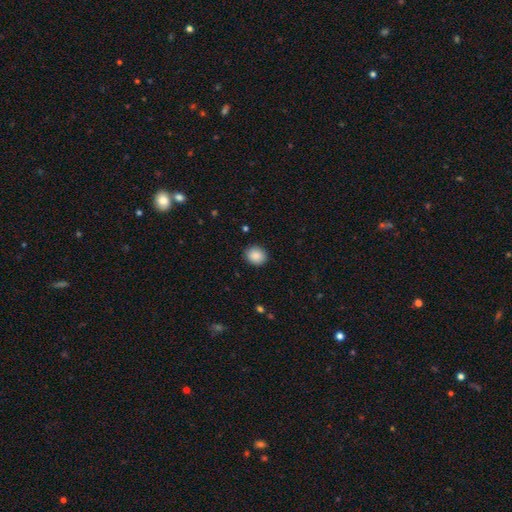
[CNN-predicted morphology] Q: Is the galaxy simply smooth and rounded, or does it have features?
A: smooth — 89%.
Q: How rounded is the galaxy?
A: round — 67%.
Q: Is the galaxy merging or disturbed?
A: none — 90%.